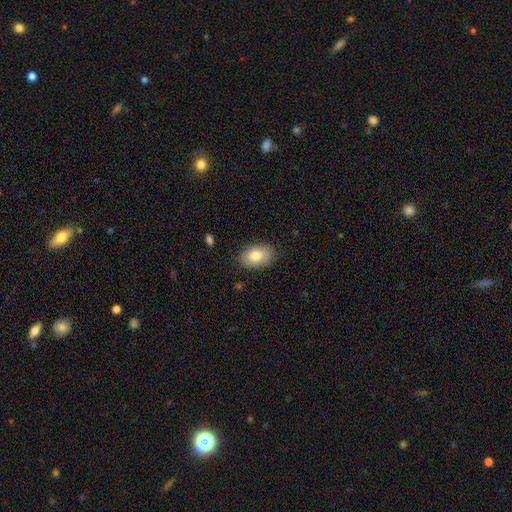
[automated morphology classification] Q: Smooth or featured?
A: smooth (81%); runner-up: featured or disk (12%)
Q: How rounded?
A: in between (87%); runner-up: round (12%)
Q: Merging?
A: none (86%); runner-up: minor disturbance (11%)